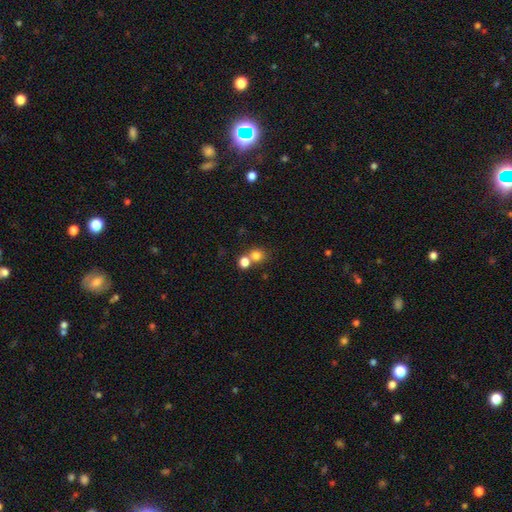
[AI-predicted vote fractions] A smooth galaxy with no disk features (78%) that is round (83%).

Vote fractions:
- Smooth or featured? smooth: 78% / star or artifact: 14% / featured or disk: 8%
- How rounded? round: 83% / in between: 16% / cigar-shaped: 1%
- Merging? none: 52% / merger: 38% / minor disturbance: 7% / major disturbance: 3%